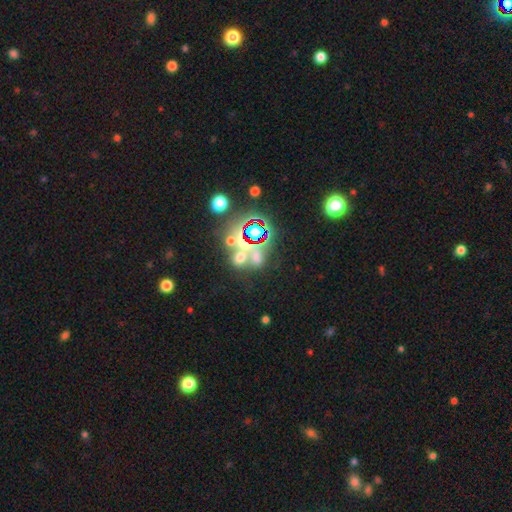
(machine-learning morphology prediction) Smooth or featured? star or artifact (58%)